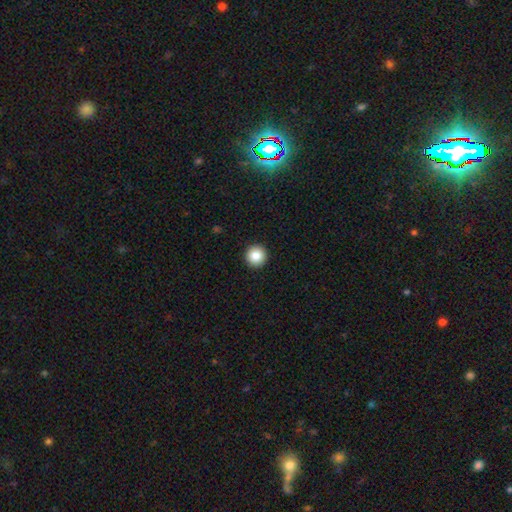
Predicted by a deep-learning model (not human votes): This is clearly a smooth galaxy (86%). How rounded: clearly round (96%). Merging: clearly none (94%).